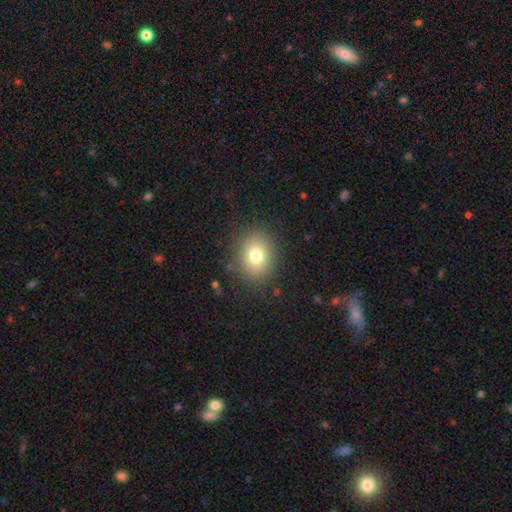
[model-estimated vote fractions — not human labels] smooth-or-featured: smooth: 76% | star or artifact: 12% | featured or disk: 12%
  how-rounded: round: 54% | in between: 45% | cigar-shaped: 1%
  merging: none: 85% | minor disturbance: 10% | major disturbance: 4% | merger: 1%